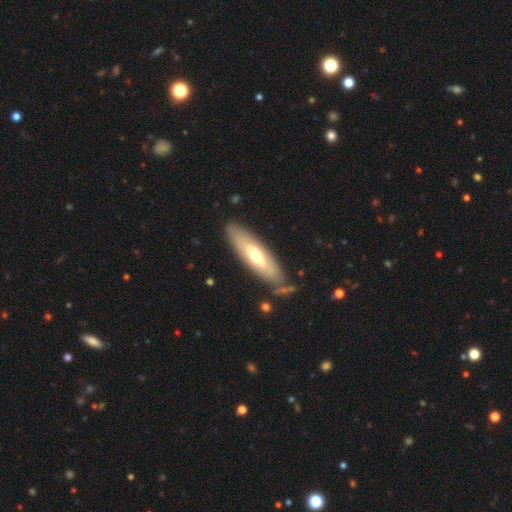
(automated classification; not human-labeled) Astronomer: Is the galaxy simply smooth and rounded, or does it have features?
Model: smooth — 54% (runner-up: featured or disk, 41%).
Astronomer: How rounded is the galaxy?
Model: cigar-shaped — 54% (runner-up: in between, 45%).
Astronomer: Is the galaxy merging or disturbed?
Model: none — 79%.